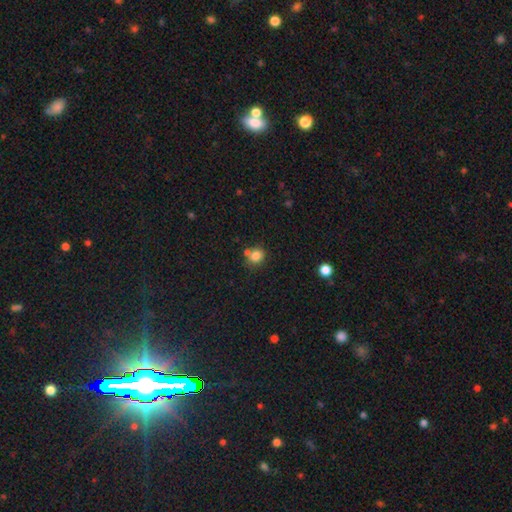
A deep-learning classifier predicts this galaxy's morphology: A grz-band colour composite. It shows a smooth galaxy with no disk features (82%) that is round (78%). Merging: none (63%).